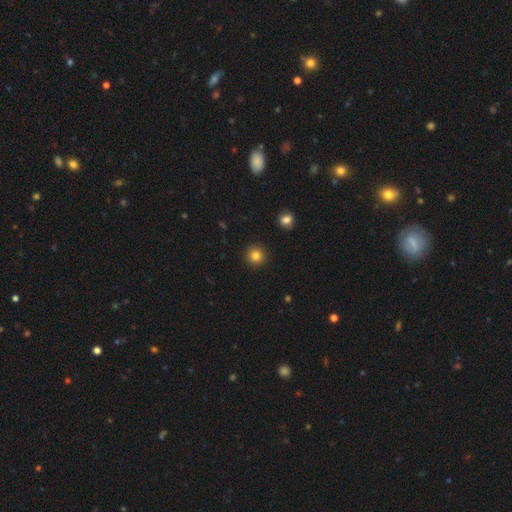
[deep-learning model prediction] Smooth or featured: smooth — 83% (star or artifact — 12%)
How rounded: round — 94% (in between — 5%)
Merging: none — 92% (minor disturbance — 5%)